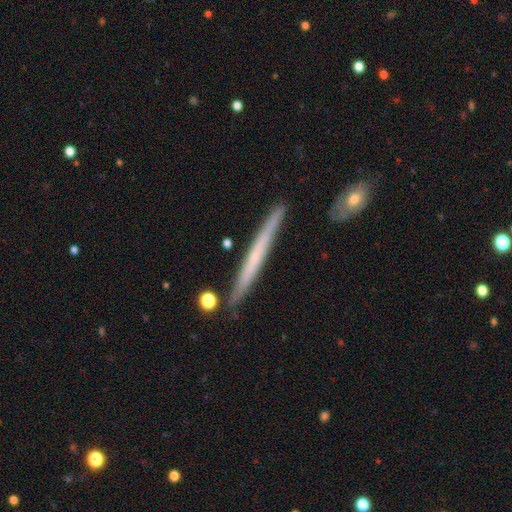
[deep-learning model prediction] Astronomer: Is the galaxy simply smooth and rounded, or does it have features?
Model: featured or disk — 52% (runner-up: smooth, 41%).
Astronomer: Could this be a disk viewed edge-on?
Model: yes — 95%.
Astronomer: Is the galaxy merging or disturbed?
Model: none — 87%.